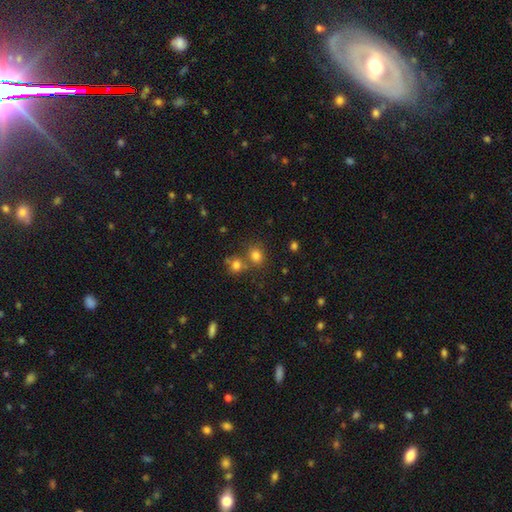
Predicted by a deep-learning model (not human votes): Smooth or featured?
  - smooth: 78% *
  - star or artifact: 15%
  - featured or disk: 7%
How rounded?
  - round: 69% *
  - in between: 30%
  - cigar-shaped: 1%
Merging?
  - none: 61% *
  - merger: 26%
  - minor disturbance: 9%
  - major disturbance: 4%